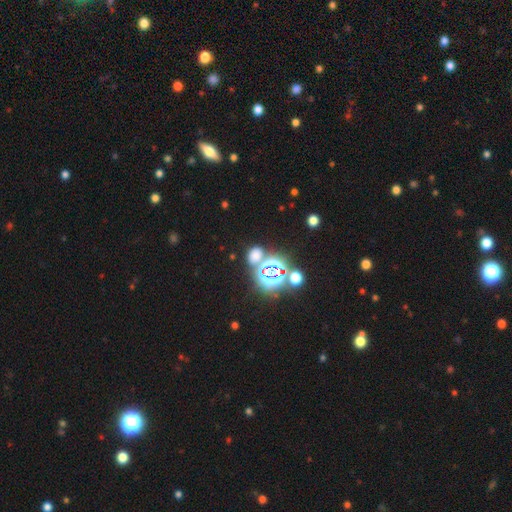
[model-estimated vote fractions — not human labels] smooth_or_featured: star or artifact (p=0.47) [alt: smooth p=0.44]